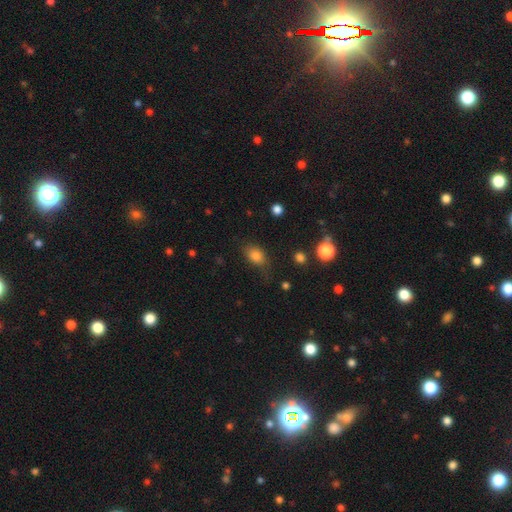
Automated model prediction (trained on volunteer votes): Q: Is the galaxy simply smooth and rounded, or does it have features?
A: smooth — 82%.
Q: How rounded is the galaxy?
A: in between — 73%.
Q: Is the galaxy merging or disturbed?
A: none — 64%.